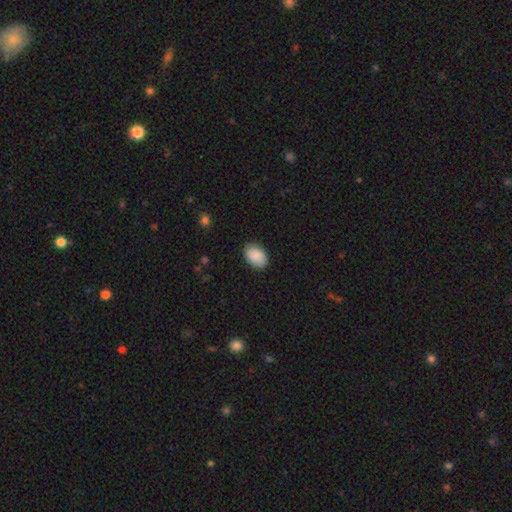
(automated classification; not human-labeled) Smooth or featured? Predicted: smooth (p=0.89). How rounded? Predicted: in between (p=0.87). Merging? Predicted: none (p=0.86).